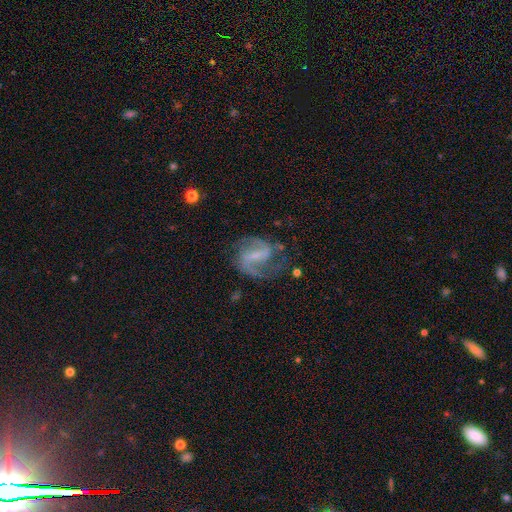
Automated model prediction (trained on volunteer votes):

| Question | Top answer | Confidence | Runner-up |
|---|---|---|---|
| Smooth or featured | featured or disk | 86% | smooth (8%) |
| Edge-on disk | no | 97% | yes (3%) |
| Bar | weak | 44% | strong (43%) |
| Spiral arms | yes | 95% | no (5%) |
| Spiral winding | medium | 56% | loose (26%) |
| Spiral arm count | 2 | 87% | 1 (5%) |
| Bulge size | small | 47% | none (29%) |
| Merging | none | 65% | minor disturbance (18%) |